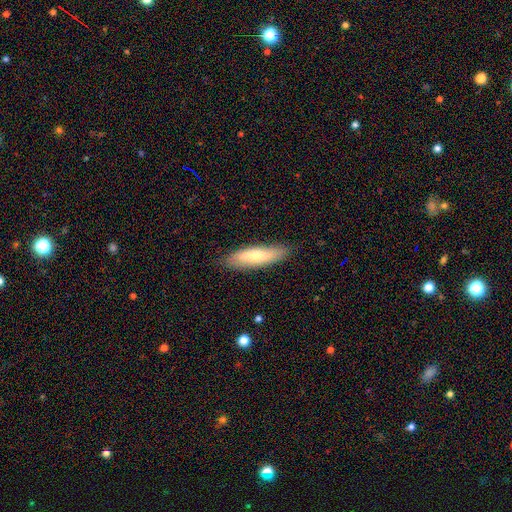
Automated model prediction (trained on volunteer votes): smooth-or-featured: smooth: 60% | featured or disk: 34% | star or artifact: 6%
  how-rounded: cigar-shaped: 63% | in between: 35% | round: 2%
  merging: none: 85% | minor disturbance: 11% | major disturbance: 2% | merger: 1%